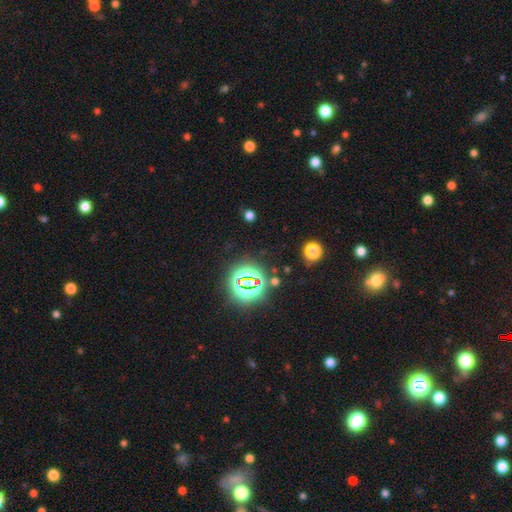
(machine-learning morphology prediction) smooth_or_featured: star or artifact (p=0.81) [alt: smooth p=0.12]